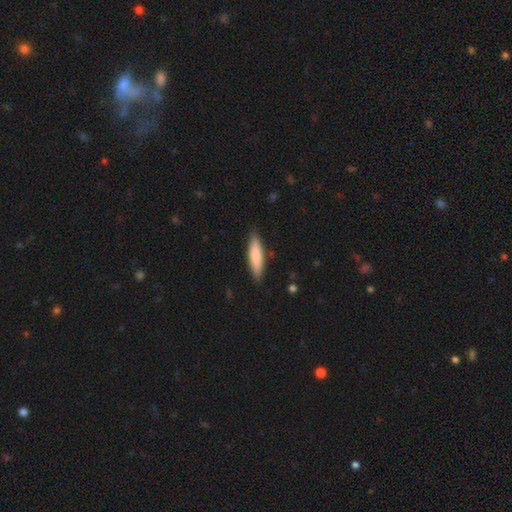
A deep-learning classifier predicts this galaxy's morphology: smooth 77%, featured or disk 18%, star or artifact 5%. Down the decision tree: how rounded — cigar-shaped (78%); merging — none (86%).